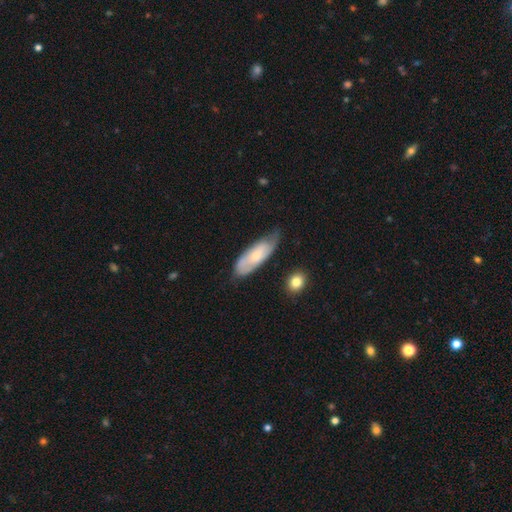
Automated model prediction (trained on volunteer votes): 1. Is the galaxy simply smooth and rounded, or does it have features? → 50% smooth, 44% featured or disk, 6% star or artifact.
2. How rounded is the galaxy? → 70% in between, 28% cigar-shaped, 2% round.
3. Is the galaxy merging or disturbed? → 56% none, 33% minor disturbance, 9% major disturbance, 3% merger.